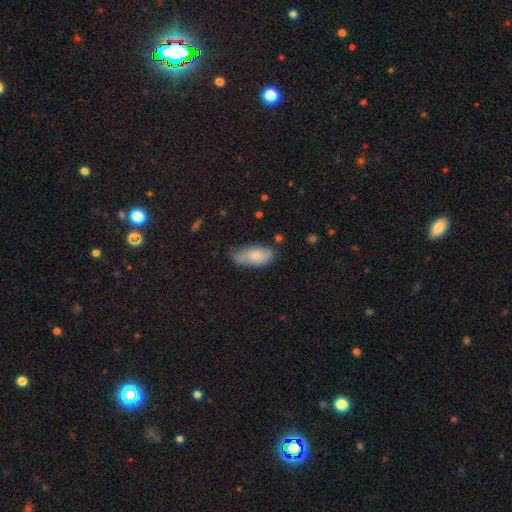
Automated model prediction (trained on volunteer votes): A smooth galaxy with no disk features (58%) that is in between round and cigar-shaped (89%). Merging: none (65%).